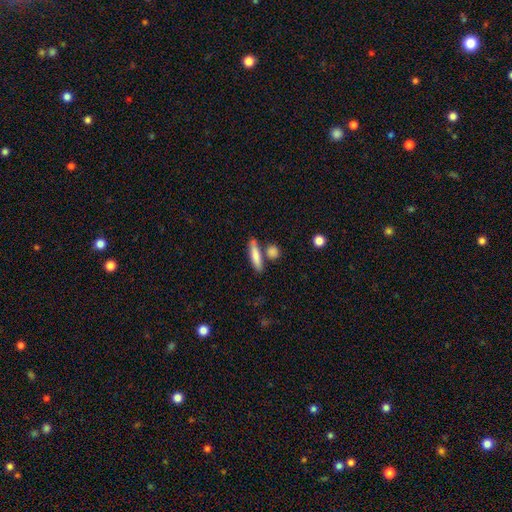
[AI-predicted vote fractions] smooth 77%, featured or disk 17%, star or artifact 6%. Down the decision tree: how rounded — cigar-shaped (76%); merging — none (71%).